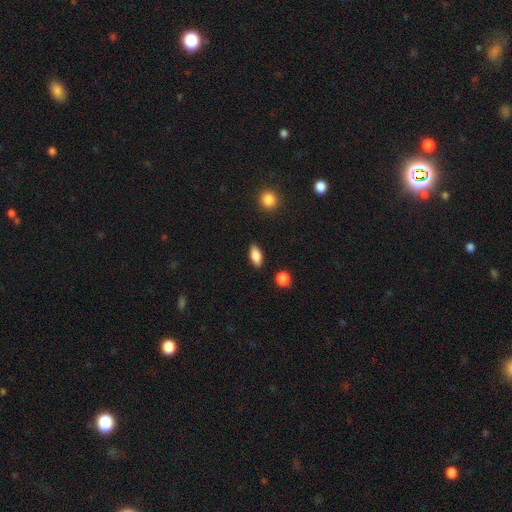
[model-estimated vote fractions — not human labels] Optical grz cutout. It shows a smooth galaxy with no disk features (85%) that is in between round and cigar-shaped (86%). Merging: none (88%).